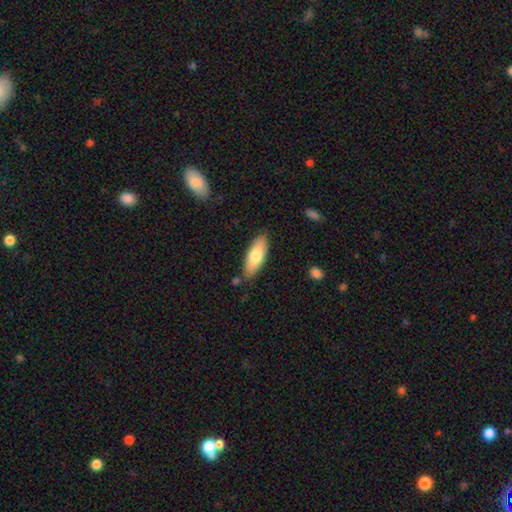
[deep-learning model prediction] The model was most divided on "how rounded": in between: 66%, cigar-shaped: 33%, round: 2%. More confident: merging — none (82%); smooth or featured — smooth (75%).